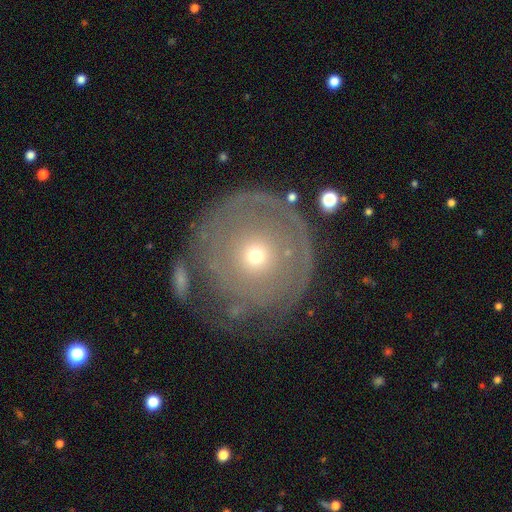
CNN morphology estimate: Smooth or featured? Predicted: featured or disk (p=0.60). Edge-on disk? Predicted: no (p=0.95). Bar? Predicted: no (p=0.90). Spiral arms? Predicted: no (p=0.50, tied with yes). Bulge size? Predicted: small (p=0.69). Merging? Predicted: none (p=0.60).